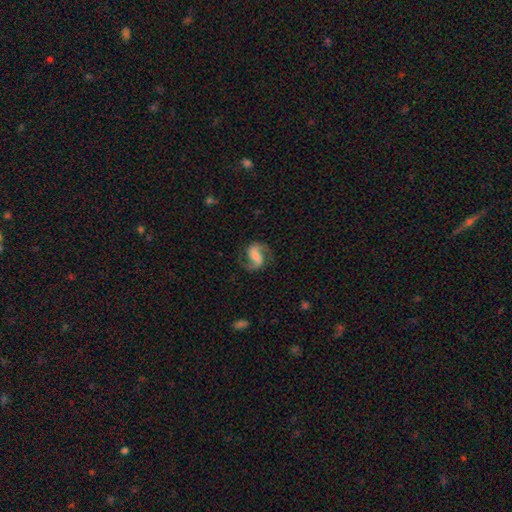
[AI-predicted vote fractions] Morphology: type=featured or disk (84%); edge-on=no (98%); bar=weak (41%); spiral arms=yes (96%); winding=medium (53%); arm count=2 (92%); bulge=moderate (33%, tied with small); merging=none (76%).